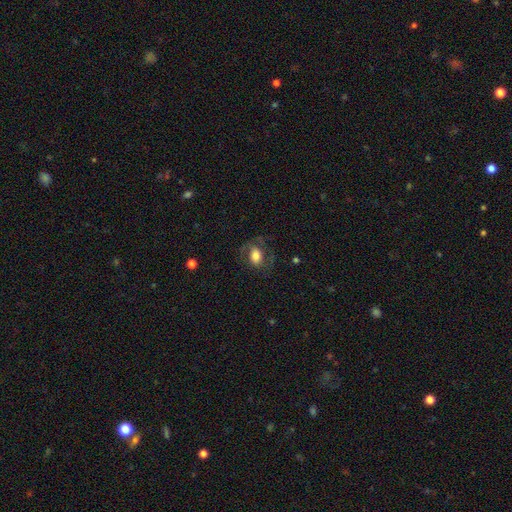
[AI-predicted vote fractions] This appears to be a smooth galaxy with no disk features (63%) that is in between round and cigar-shaped (72%). Merging: none (59%).